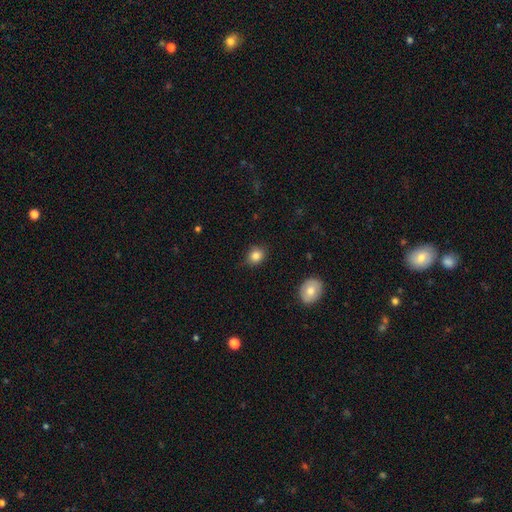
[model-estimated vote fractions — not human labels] Smooth or featured? Predicted: smooth (p=0.85). How rounded? Predicted: round (p=0.63). Merging? Predicted: none (p=0.84).